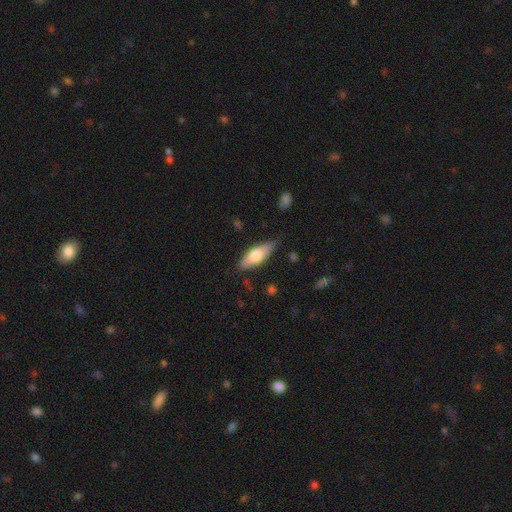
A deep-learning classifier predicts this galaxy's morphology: Q: Smooth or featured?
A: smooth (62%); runner-up: featured or disk (32%)
Q: How rounded?
A: in between (72%); runner-up: cigar-shaped (26%)
Q: Merging?
A: none (76%); runner-up: minor disturbance (19%)